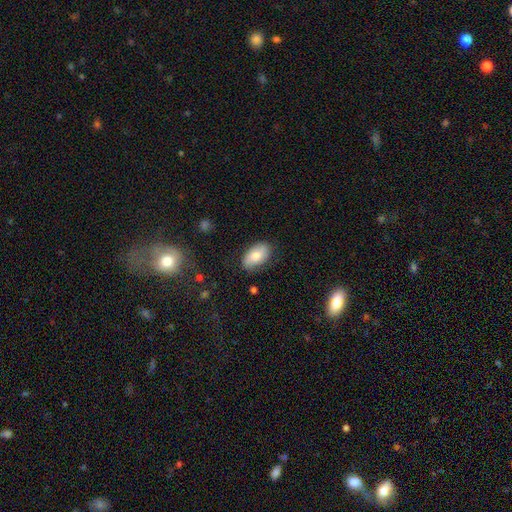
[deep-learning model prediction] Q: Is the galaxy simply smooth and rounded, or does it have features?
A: smooth — 72%.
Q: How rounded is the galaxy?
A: in between — 93%.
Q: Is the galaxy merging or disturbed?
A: none — 81%.